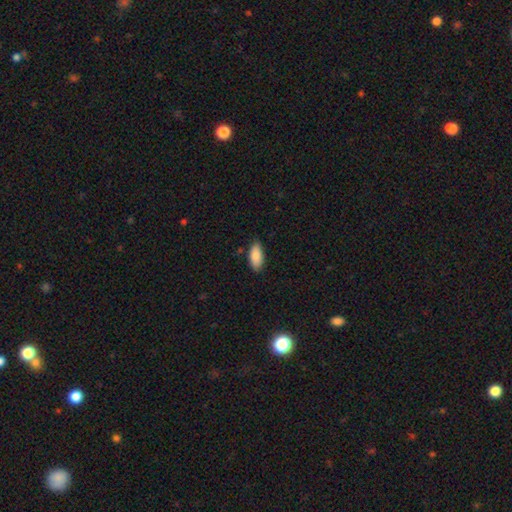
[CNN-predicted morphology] smooth-or-featured: smooth: 85% | featured or disk: 8% | star or artifact: 6%
  how-rounded: in between: 89% | cigar-shaped: 9% | round: 2%
  merging: none: 83% | minor disturbance: 14% | major disturbance: 2% | merger: 1%